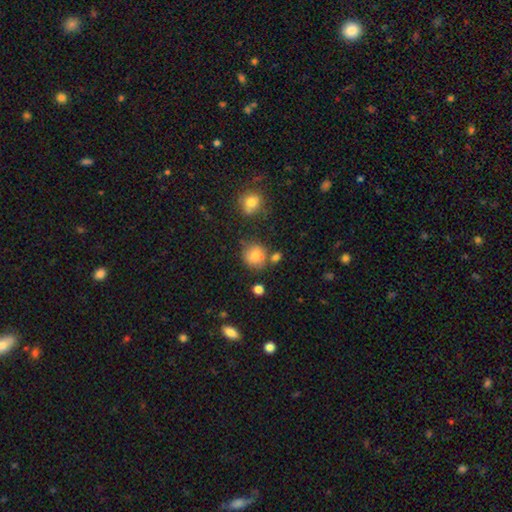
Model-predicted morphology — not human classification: smooth 77%, star or artifact 12%, featured or disk 11%. Down the decision tree: how rounded — round (82%); merging — none (62%).